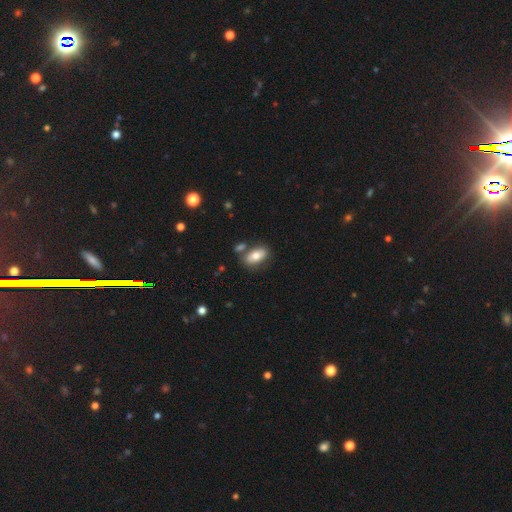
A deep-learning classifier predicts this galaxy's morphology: A smooth galaxy with no disk features (73%) that is in between round and cigar-shaped (89%). Merging: none (69%).